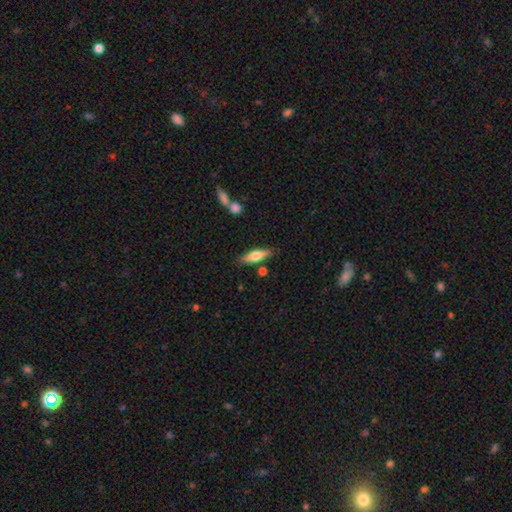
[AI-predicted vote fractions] This is possibly a smooth galaxy (60%). How rounded: possibly cigar-shaped (58%). Merging: likely none (79%).